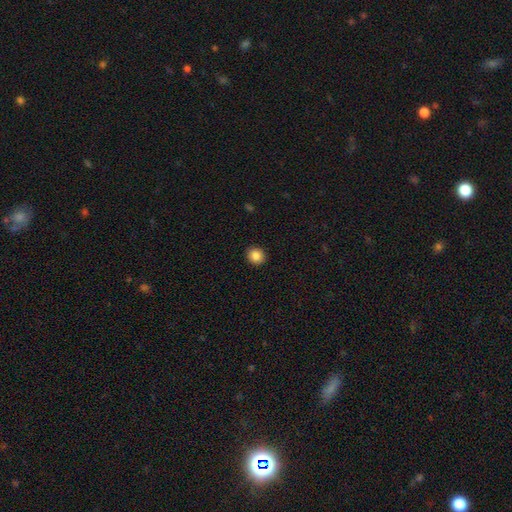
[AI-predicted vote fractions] Smooth or featured?
  - smooth: 85% *
  - star or artifact: 10%
  - featured or disk: 5%
How rounded?
  - round: 81% *
  - in between: 18%
  - cigar-shaped: 1%
Merging?
  - none: 92% *
  - minor disturbance: 6%
  - major disturbance: 2%
  - merger: 1%